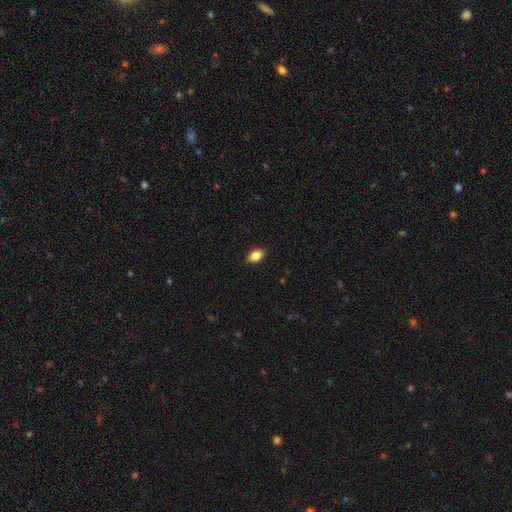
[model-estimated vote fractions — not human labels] Smooth or featured? Predicted: smooth (p=0.85). How rounded? Predicted: in between (p=0.88). Merging? Predicted: none (p=0.87).